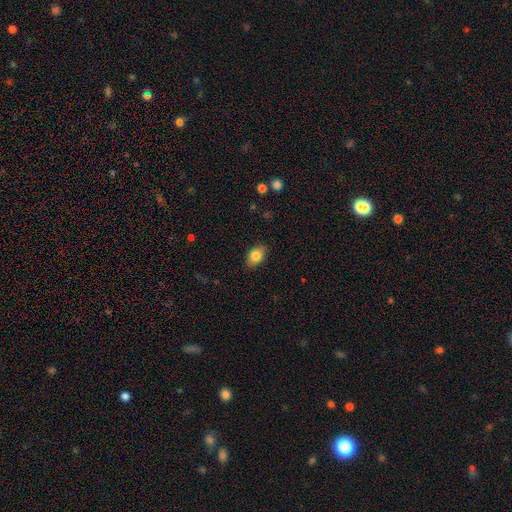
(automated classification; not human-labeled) smooth 84%, featured or disk 9%, star or artifact 8%. Down the decision tree: how rounded — in between (87%); merging — none (86%).